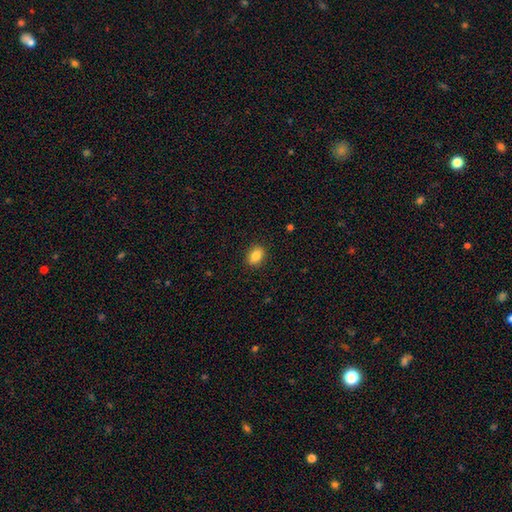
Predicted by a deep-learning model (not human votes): Morphology: type=smooth (86%); roundness=in between (76%); merging=none (89%).